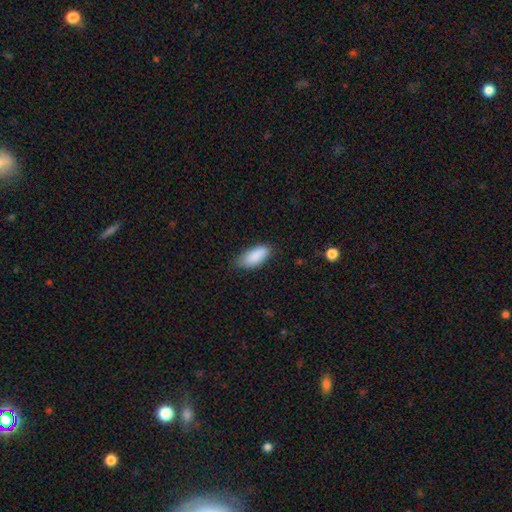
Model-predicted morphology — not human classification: Q: Smooth or featured?
A: smooth (88%); runner-up: star or artifact (6%)
Q: How rounded?
A: in between (85%); runner-up: cigar-shaped (13%)
Q: Merging?
A: none (73%); runner-up: minor disturbance (22%)